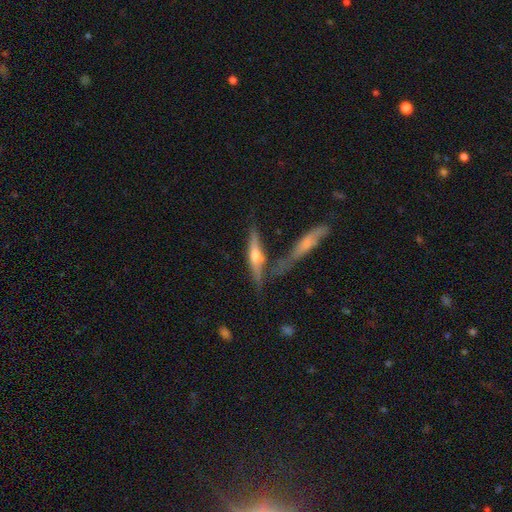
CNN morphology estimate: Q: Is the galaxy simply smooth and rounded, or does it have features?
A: featured or disk — 63%.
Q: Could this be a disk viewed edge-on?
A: yes — 92%.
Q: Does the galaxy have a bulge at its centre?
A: rounded — 89%.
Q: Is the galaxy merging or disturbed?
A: none — 54%.